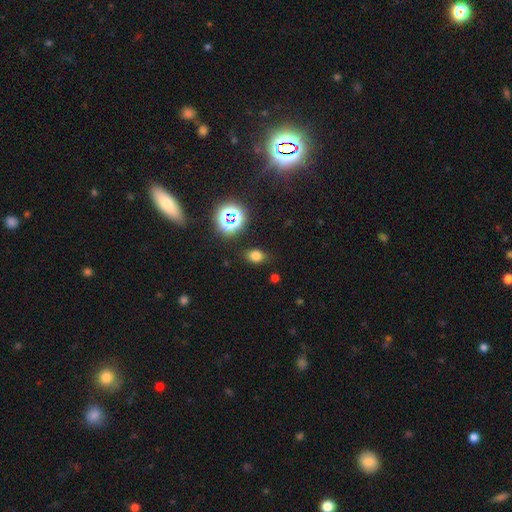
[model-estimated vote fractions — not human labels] Smooth or featured?
  - smooth: 71% *
  - star or artifact: 21%
  - featured or disk: 8%
How rounded?
  - in between: 67% *
  - round: 32%
  - cigar-shaped: 1%
Merging?
  - none: 81% *
  - minor disturbance: 13%
  - major disturbance: 4%
  - merger: 2%